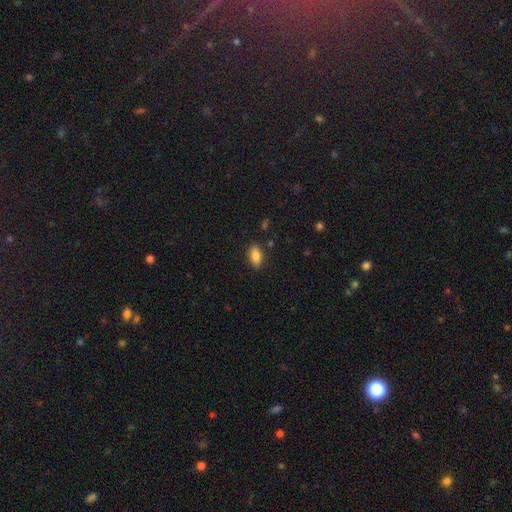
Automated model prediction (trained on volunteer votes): smooth 85%, star or artifact 8%, featured or disk 7%. Down the decision tree: how rounded — in between (89%); merging — none (86%).